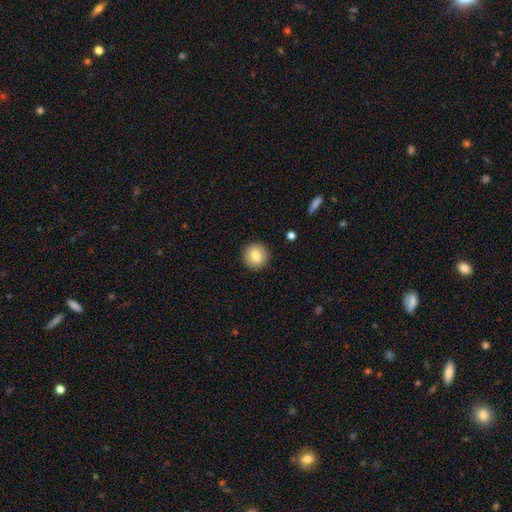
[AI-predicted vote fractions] Smooth or featured?
  - smooth: 81% *
  - featured or disk: 11%
  - star or artifact: 8%
How rounded?
  - round: 94% *
  - in between: 5%
  - cigar-shaped: 1%
Merging?
  - none: 91% *
  - minor disturbance: 6%
  - major disturbance: 2%
  - merger: 1%